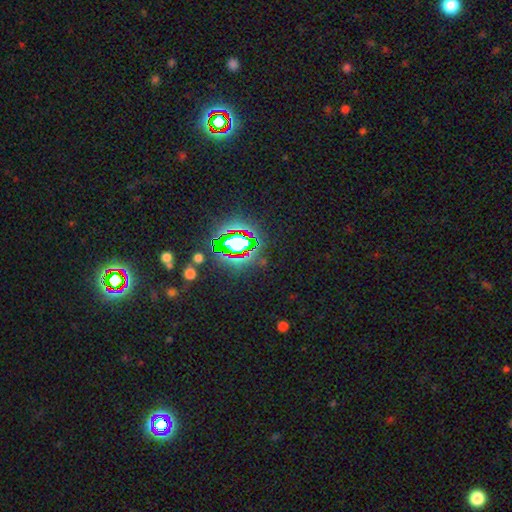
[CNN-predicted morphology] Smooth or featured? star or artifact (82%)